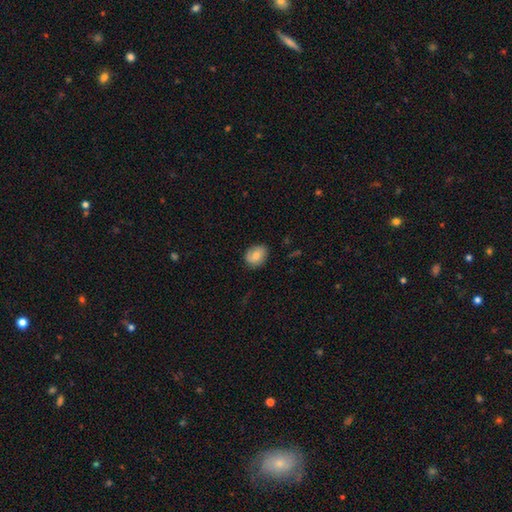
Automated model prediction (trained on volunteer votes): Smooth or featured?
  - smooth: 73% *
  - featured or disk: 19%
  - star or artifact: 8%
How rounded?
  - in between: 50% *
  - round: 49%
  - cigar-shaped: 1%
Merging?
  - none: 75% *
  - minor disturbance: 19%
  - major disturbance: 4%
  - merger: 1%